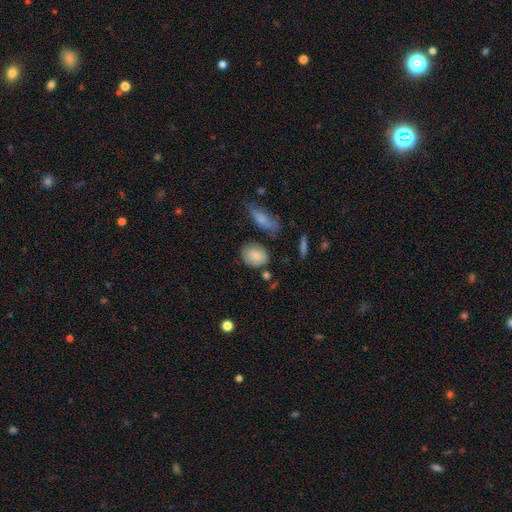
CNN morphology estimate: The model was most divided on "how rounded": in between: 54%, round: 44%, cigar-shaped: 2%. More confident: smooth or featured — smooth (84%); merging — none (70%).